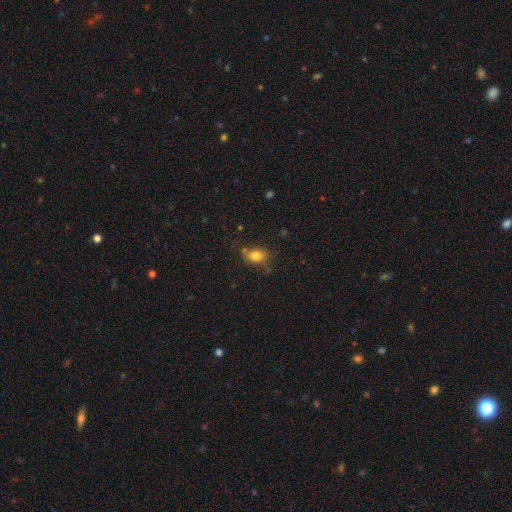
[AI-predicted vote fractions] A smooth galaxy with no disk features (80%) that is in between round and cigar-shaped (78%).

Vote fractions:
- Smooth or featured? smooth: 80% / star or artifact: 10% / featured or disk: 9%
- How rounded? in between: 78% / round: 20% / cigar-shaped: 2%
- Merging? none: 68% / minor disturbance: 18% / merger: 9% / major disturbance: 5%